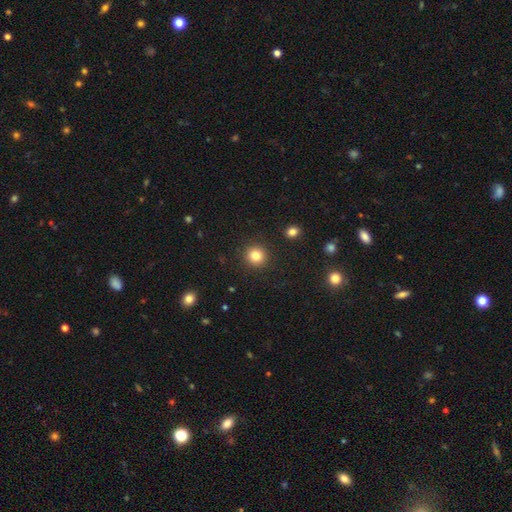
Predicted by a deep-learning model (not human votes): smooth-or-featured: smooth: 82% | star or artifact: 12% | featured or disk: 6%
  how-rounded: round: 93% | in between: 6% | cigar-shaped: 1%
  merging: none: 91% | minor disturbance: 5% | major disturbance: 2% | merger: 1%